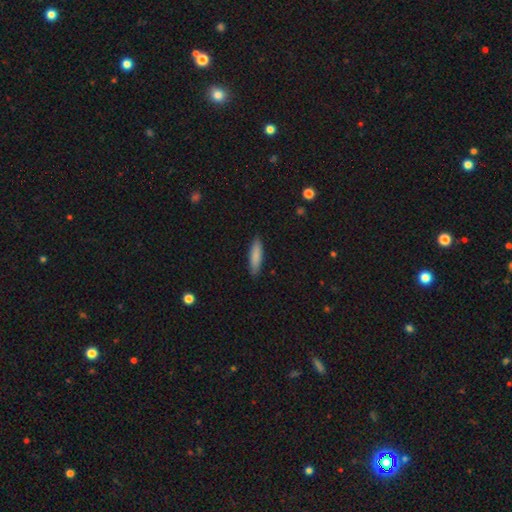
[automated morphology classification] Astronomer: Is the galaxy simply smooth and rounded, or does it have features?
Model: smooth — 85%.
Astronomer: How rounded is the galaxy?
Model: cigar-shaped — 68%.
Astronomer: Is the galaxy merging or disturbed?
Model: none — 88%.